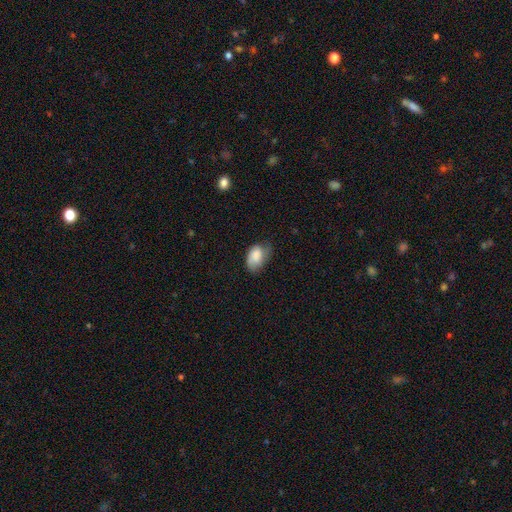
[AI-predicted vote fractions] Smooth or featured? smooth (79%)
How rounded? in between (89%)
Merging? none (50%)